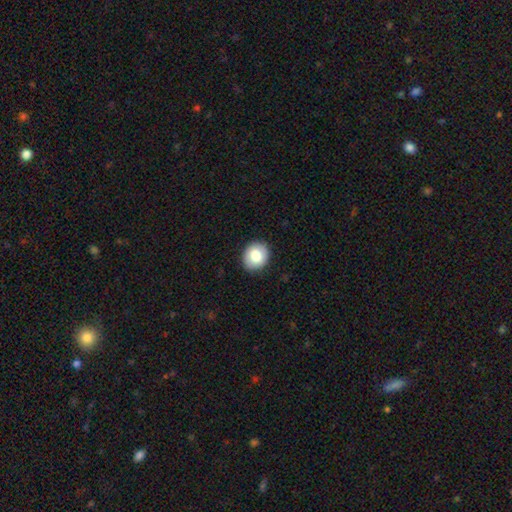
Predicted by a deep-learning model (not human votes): smooth_or_featured: smooth (p=0.79) [alt: featured or disk p=0.14]
how_rounded: round (p=0.70) [alt: in between p=0.30]
merging: none (p=0.90) [alt: minor disturbance p=0.07]